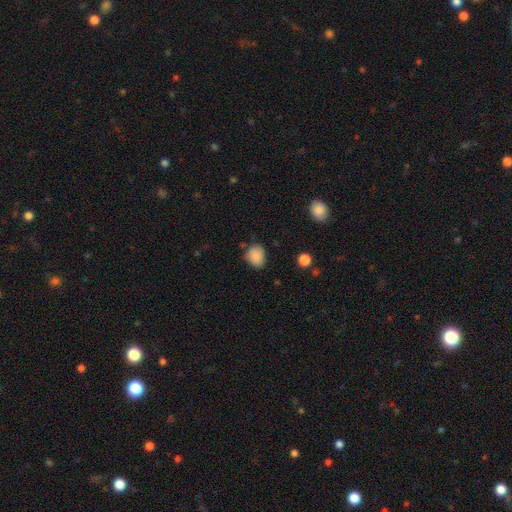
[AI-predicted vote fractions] smooth 86%, star or artifact 9%, featured or disk 5%. Down the decision tree: how rounded — round (56%); merging — none (70%).